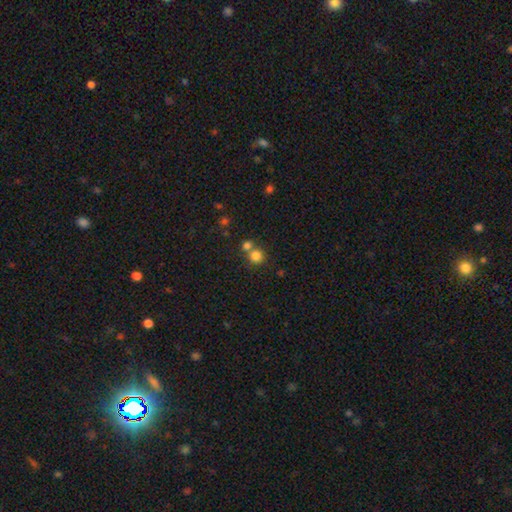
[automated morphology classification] A smooth galaxy with no disk features (80%) that is round (90%).

Vote fractions:
- Smooth or featured? smooth: 80% / star or artifact: 13% / featured or disk: 7%
- How rounded? round: 90% / in between: 9% / cigar-shaped: 1%
- Merging? none: 55% / merger: 35% / minor disturbance: 6% / major disturbance: 3%